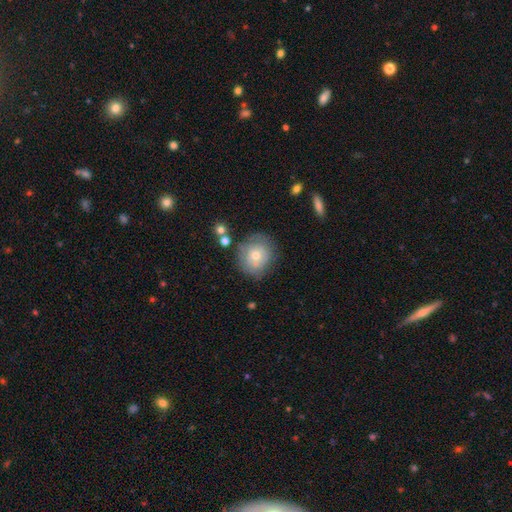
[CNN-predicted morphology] This appears to be a smooth galaxy with no disk features (63%) that is round (81%). Merging: none (73%).